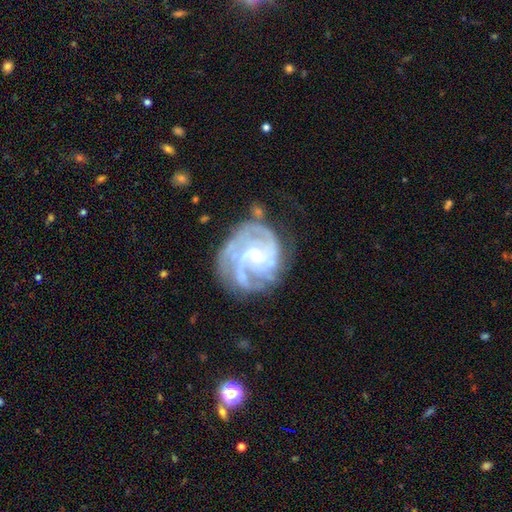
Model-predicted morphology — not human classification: The model was most divided on "spiral arm count": 3: 37%, can't tell: 18%, 2: 17%, 4: 17%, more than 4: 6%, 1: 6%. More confident: edge-on disk — no (98%); spiral arms — yes (97%); smooth or featured — featured or disk (88%); bulge size — small (73%); merging — none (65%); bar — no (64%); spiral winding — tight (57%).